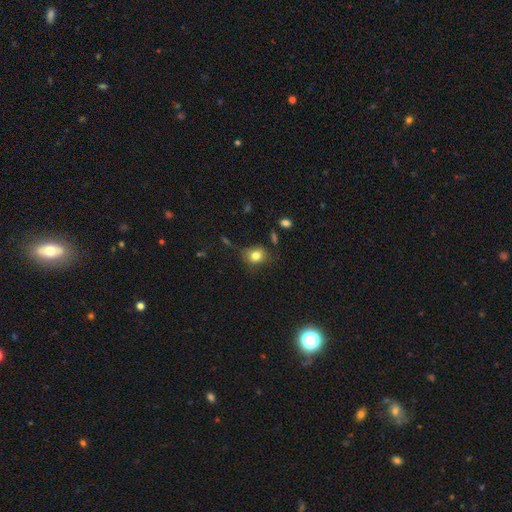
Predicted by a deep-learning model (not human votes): Smooth or featured?
  - smooth: 80% *
  - star or artifact: 11%
  - featured or disk: 9%
How rounded?
  - round: 64% *
  - in between: 35%
  - cigar-shaped: 1%
Merging?
  - none: 69% *
  - minor disturbance: 22%
  - major disturbance: 6%
  - merger: 3%